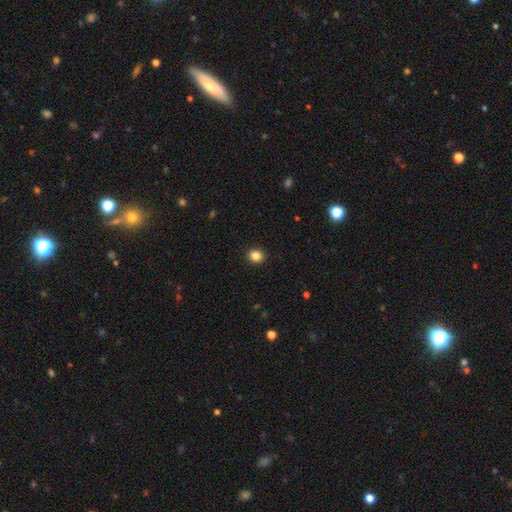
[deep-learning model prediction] smooth 85%, star or artifact 11%, featured or disk 4%. Down the decision tree: how rounded — round (76%); merging — none (92%).